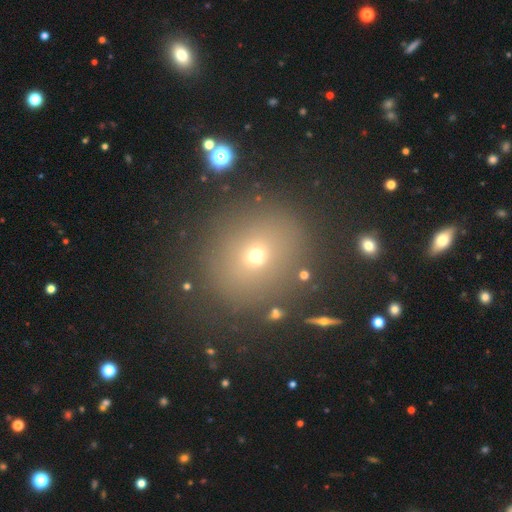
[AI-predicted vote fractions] Smooth or featured: smooth — 61% (star or artifact — 28%)
How rounded: round — 83% (in between — 16%)
Merging: none — 85% (minor disturbance — 8%)